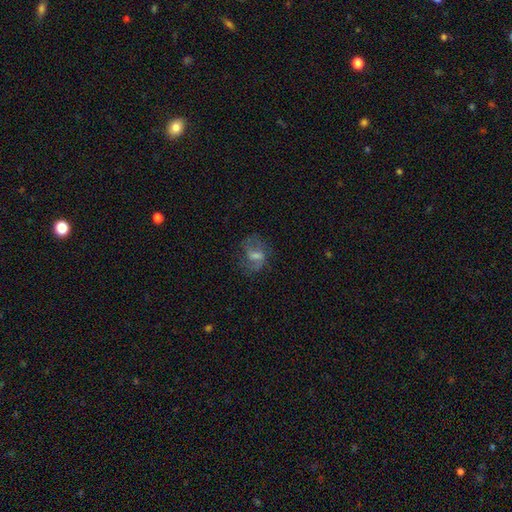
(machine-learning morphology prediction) A featured or disk galaxy (63%) with a weak bar (52%), spiral arms (81%) and a moderate central bulge (37%).

Vote fractions:
- Smooth or featured? featured or disk: 63% / smooth: 25% / star or artifact: 12%
- Edge-on disk? no: 96% / yes: 4%
- Bar? weak: 52% / no: 28% / strong: 20%
- Spiral arms? yes: 81% / no: 19%
- Bulge size? moderate: 37% / small: 34% / none: 19% / large: 8% / dominant: 1%
- Merging? none: 64% / minor disturbance: 19% / major disturbance: 16% / merger: 2%